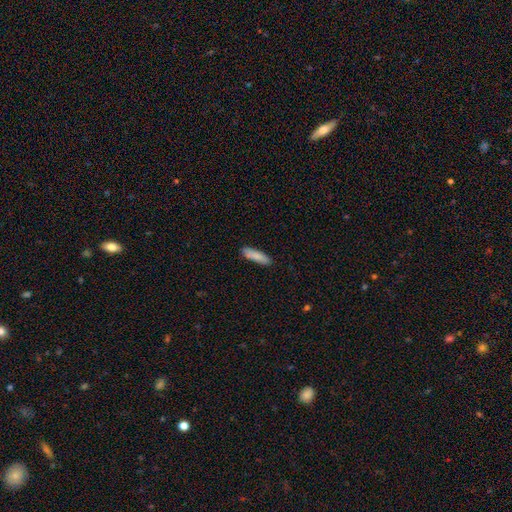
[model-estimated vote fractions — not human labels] Morphology: type=smooth (87%); roundness=cigar-shaped (69%); merging=none (87%).